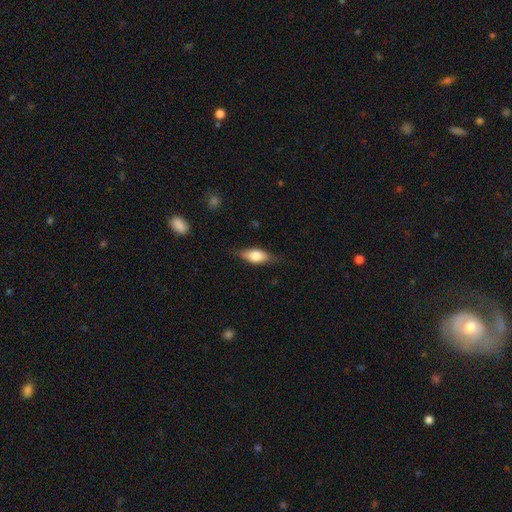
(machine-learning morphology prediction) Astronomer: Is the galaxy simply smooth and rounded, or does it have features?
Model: smooth — 66%.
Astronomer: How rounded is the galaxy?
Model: in between — 78%.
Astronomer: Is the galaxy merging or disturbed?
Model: none — 77%.